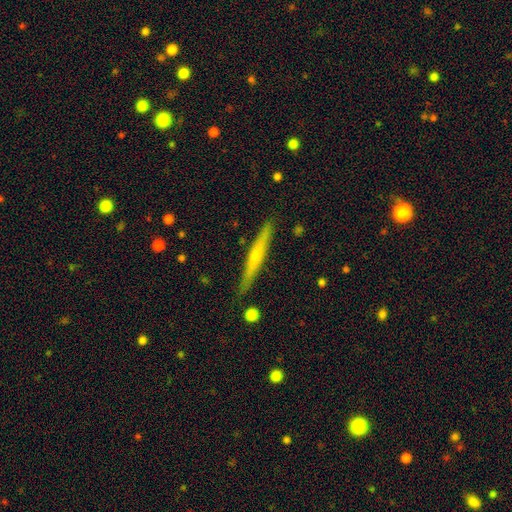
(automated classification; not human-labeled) The model was most divided on "edge-on bulge": rounded: 55%, none: 40%, boxy: 5%. More confident: edge-on disk — yes (97%); merging — none (88%); smooth or featured — featured or disk (56%).